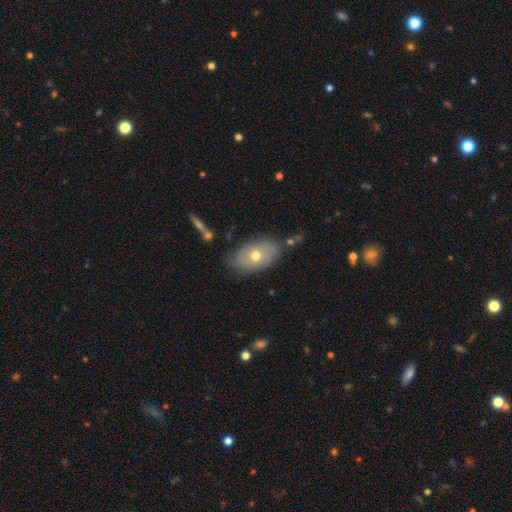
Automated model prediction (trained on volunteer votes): A smooth galaxy with no disk features (52%) that is in between round and cigar-shaped (88%).

Vote fractions:
- Smooth or featured? smooth: 52% / featured or disk: 39% / star or artifact: 8%
- How rounded? in between: 88% / round: 10% / cigar-shaped: 2%
- Merging? none: 72% / minor disturbance: 20% / major disturbance: 5% / merger: 4%